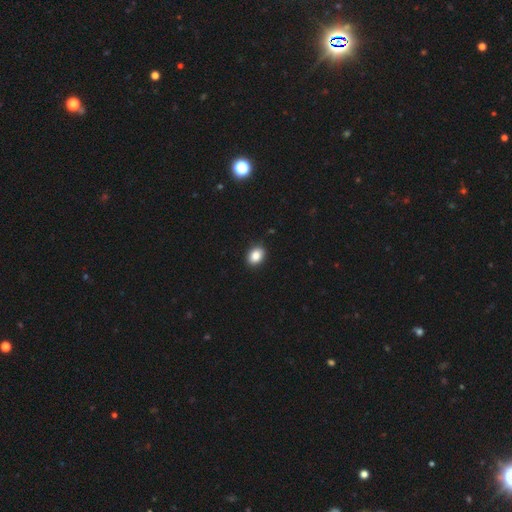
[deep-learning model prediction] Smooth or featured: smooth — 86% (star or artifact — 9%)
How rounded: in between — 66% (round — 33%)
Merging: none — 89% (minor disturbance — 8%)